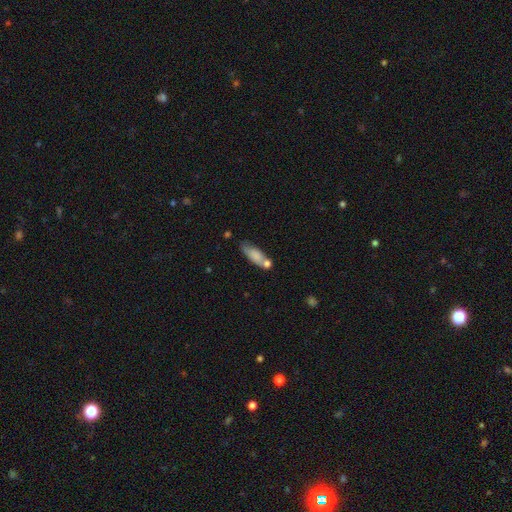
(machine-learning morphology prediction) smooth_or_featured: smooth (p=0.75) [alt: featured or disk p=0.17]
how_rounded: in between (p=0.63) [alt: cigar-shaped p=0.34]
merging: none (p=0.49) [alt: merger p=0.22]